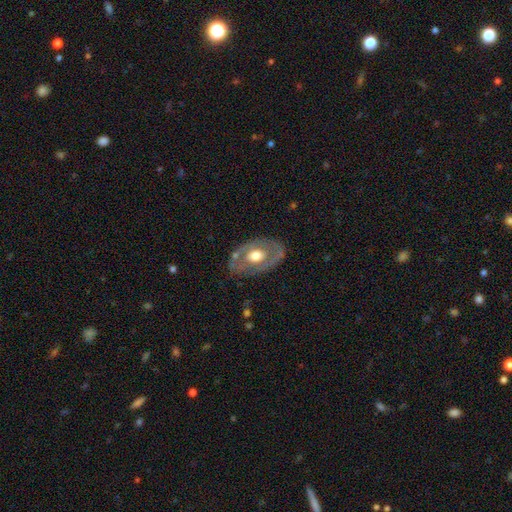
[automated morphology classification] A featured or disk galaxy (60%) with no bar (81%), no spiral arms (77%) and a moderate central bulge (60%).

Vote fractions:
- Smooth or featured? featured or disk: 60% / smooth: 35% / star or artifact: 5%
- Edge-on disk? no: 91% / yes: 9%
- Bar? no: 81% / weak: 14% / strong: 5%
- Spiral arms? no: 77% / yes: 23%
- Bulge size? moderate: 60% / large: 32% / small: 5% / dominant: 2% / none: 1%
- Merging? none: 75% / minor disturbance: 17% / major disturbance: 6% / merger: 2%